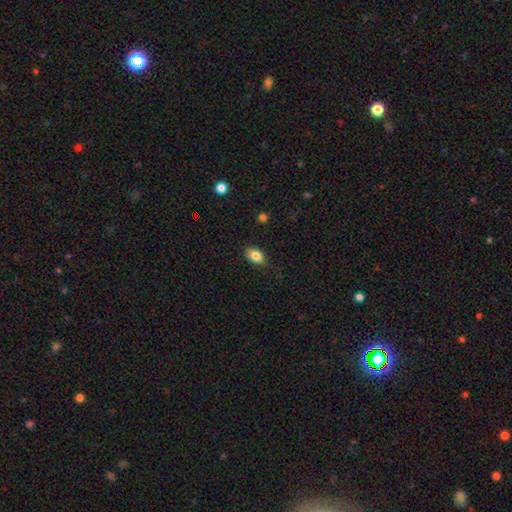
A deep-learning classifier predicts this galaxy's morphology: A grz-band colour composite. It shows a smooth galaxy with no disk features (85%) that is in between round and cigar-shaped (83%). Merging: none (80%).